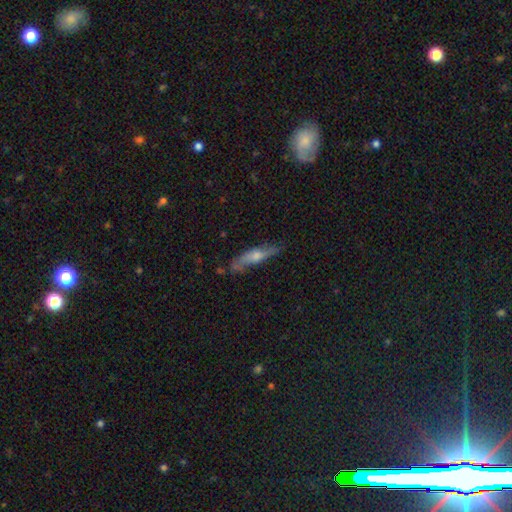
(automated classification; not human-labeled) featured or disk 52%, smooth 41%, star or artifact 7%. Down the decision tree: edge-on disk — yes (76%); merging — none (66%).